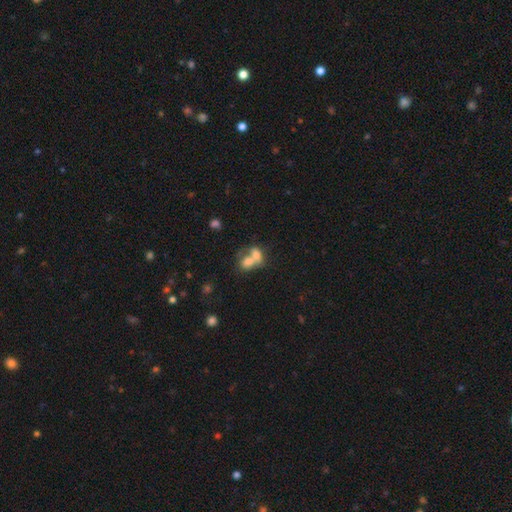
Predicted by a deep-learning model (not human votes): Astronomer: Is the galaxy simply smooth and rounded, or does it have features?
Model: smooth — 67%.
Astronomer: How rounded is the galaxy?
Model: in between — 74%.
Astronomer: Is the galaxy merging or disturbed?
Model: merger — 71%.